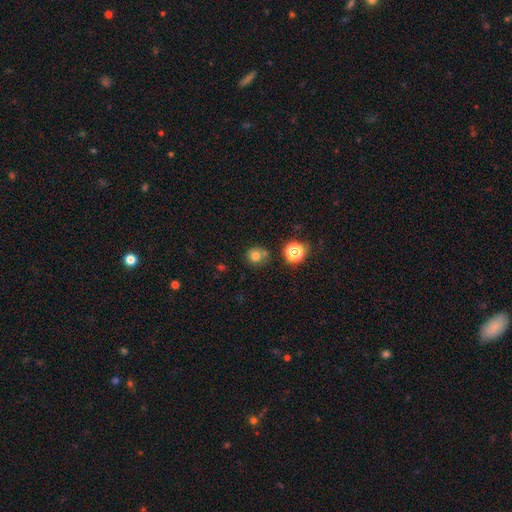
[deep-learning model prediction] Overall: smooth (76%). How rounded: round (86%). Merging: none (65%).